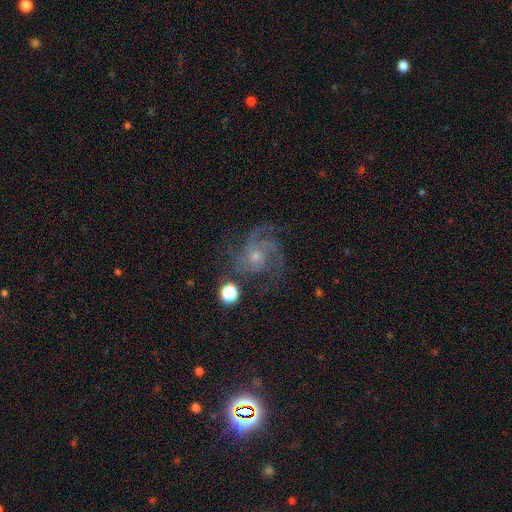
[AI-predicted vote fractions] featured or disk 84%, star or artifact 9%, smooth 7%. Down the decision tree: edge-on disk — no (98%); bar — no (73%); spiral arms — yes (96%); spiral arm count — 3 (44%); spiral winding — medium (49%); bulge size — small (66%); merging — none (66%).